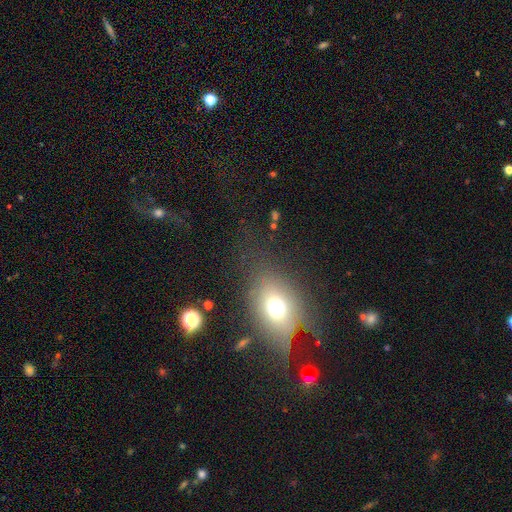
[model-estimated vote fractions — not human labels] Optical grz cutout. It shows a smooth galaxy with no disk features (49%). Merging: none (60%).